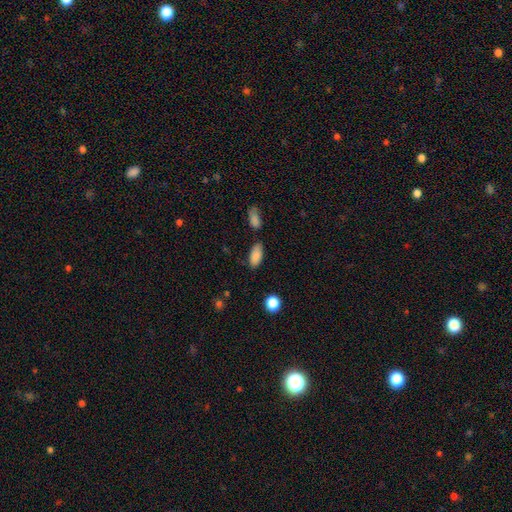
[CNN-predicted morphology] Smooth or featured? smooth (87%)
How rounded? in between (89%)
Merging? none (75%)